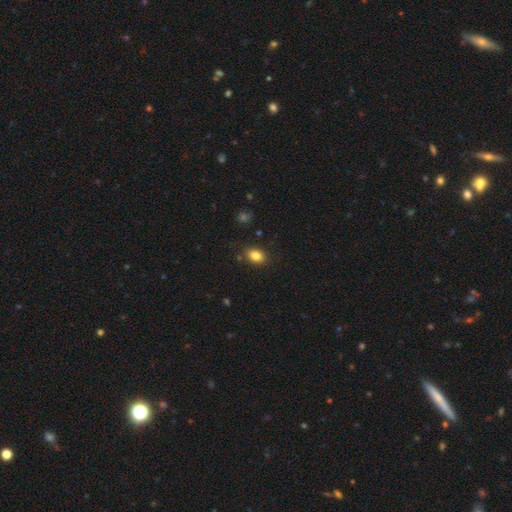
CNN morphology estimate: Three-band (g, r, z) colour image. It shows a smooth galaxy with no disk features (84%) that is in between round and cigar-shaped (75%). Merging: none (84%).